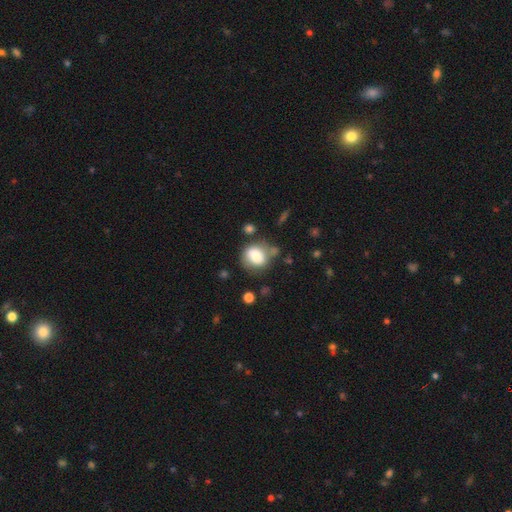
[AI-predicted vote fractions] Smooth or featured: smooth — 73% (featured or disk — 18%)
How rounded: round — 67% (in between — 32%)
Merging: none — 56% (minor disturbance — 23%)